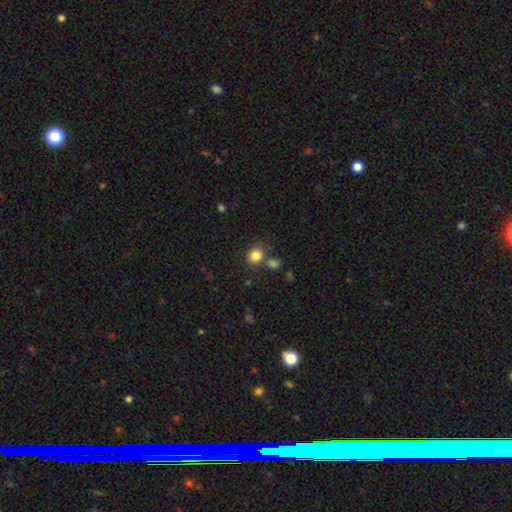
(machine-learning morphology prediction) The model was most divided on "merging": none: 70%, merger: 15%, minor disturbance: 10%, major disturbance: 4%. More confident: smooth or featured — smooth (83%); how rounded — round (82%).